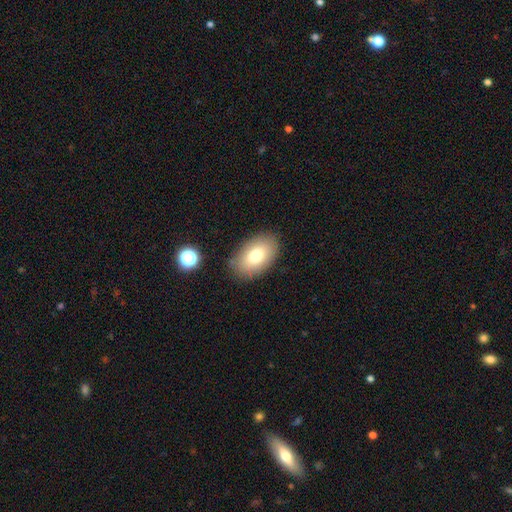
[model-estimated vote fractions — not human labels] Morphology: type=smooth (77%); roundness=in between (92%); merging=none (84%).